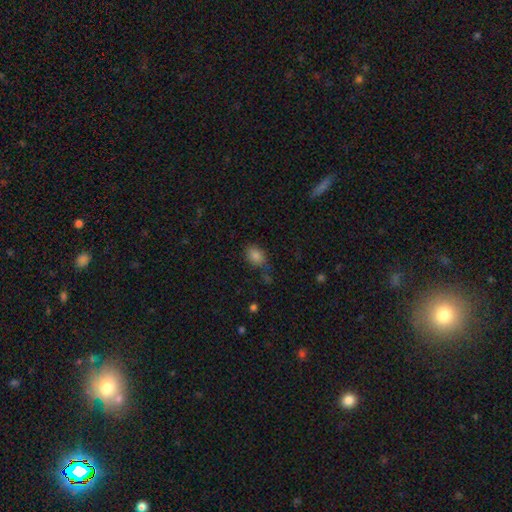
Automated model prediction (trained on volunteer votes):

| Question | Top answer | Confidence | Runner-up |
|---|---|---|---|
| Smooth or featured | smooth | 83% | star or artifact (11%) |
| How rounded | in between | 76% | round (22%) |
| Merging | none | 67% | minor disturbance (20%) |